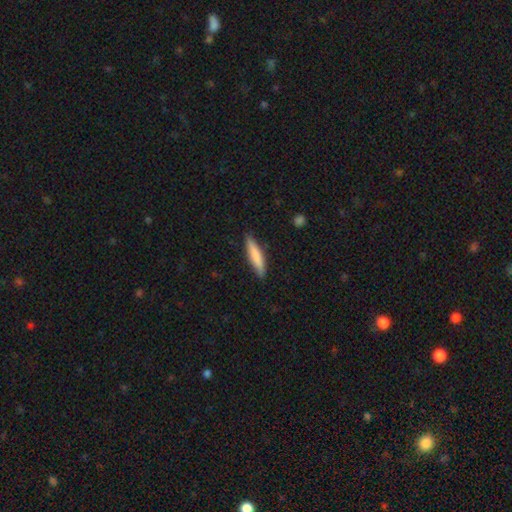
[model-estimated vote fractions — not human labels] Smooth or featured? smooth (76%)
How rounded? cigar-shaped (84%)
Merging? none (87%)